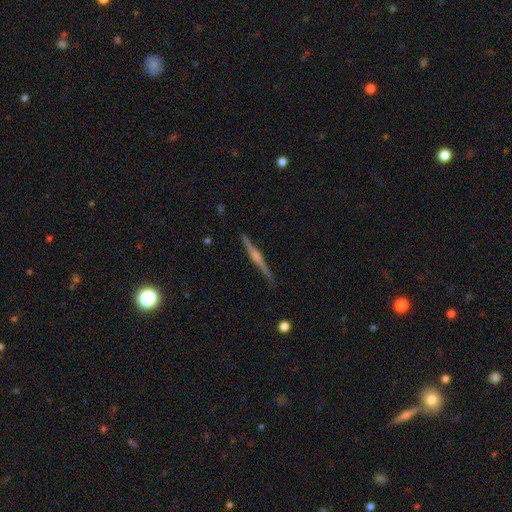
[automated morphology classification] Smooth or featured? featured or disk (72%)
Edge-on disk? yes (97%)
Edge-on bulge? rounded (74%)
Merging? none (89%)